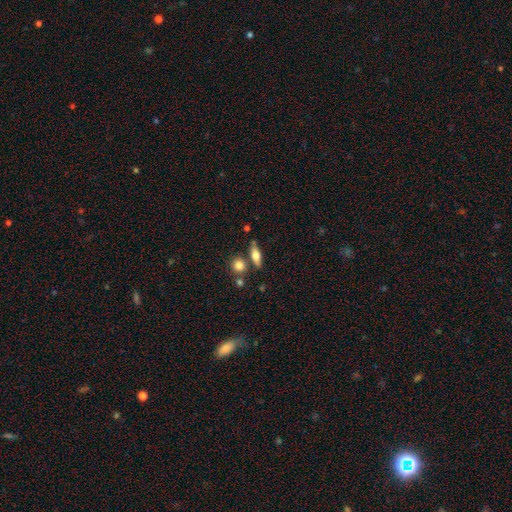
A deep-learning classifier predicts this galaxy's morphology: A smooth galaxy with no disk features (61%) that is in between round and cigar-shaped (58%). Merging: none (72%).